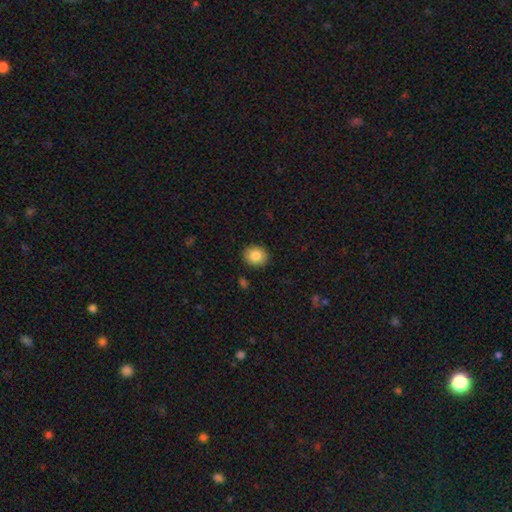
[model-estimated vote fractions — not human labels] The model was most divided on "how rounded": round: 77%, in between: 22%, cigar-shaped: 1%. More confident: merging — none (90%); smooth or featured — smooth (85%).